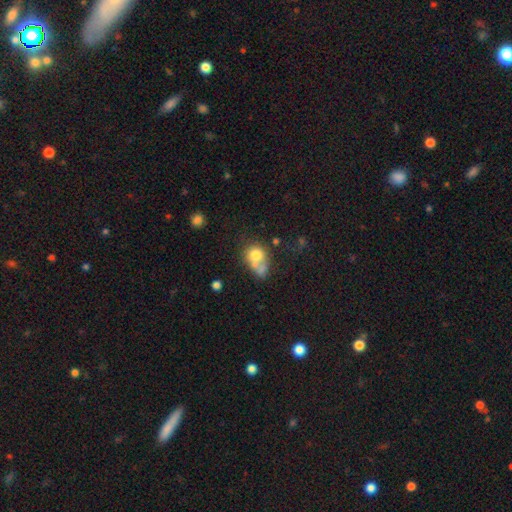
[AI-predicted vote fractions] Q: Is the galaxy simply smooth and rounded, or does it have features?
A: smooth — 68%.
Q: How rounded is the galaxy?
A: round — 62%.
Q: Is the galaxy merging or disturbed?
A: merger — 53%.